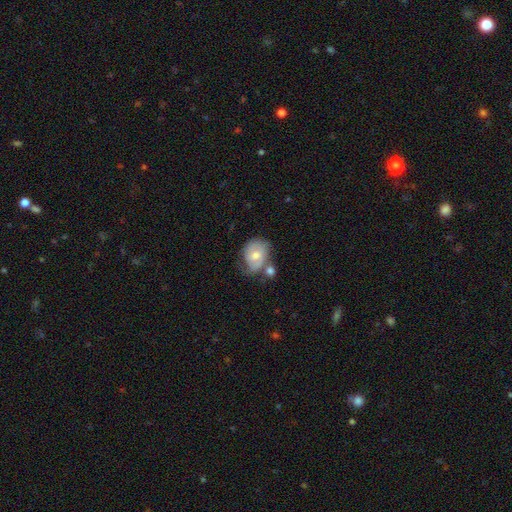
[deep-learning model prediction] Q: Smooth or featured?
A: featured or disk (48%); runner-up: smooth (45%)
Q: Merging?
A: none (42%); runner-up: minor disturbance (24%)